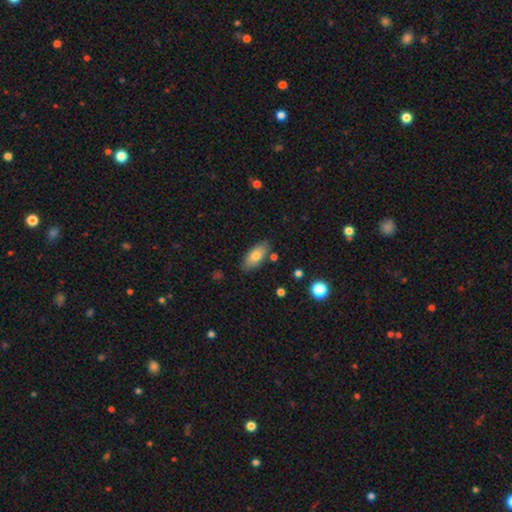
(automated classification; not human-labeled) Smooth or featured: smooth — 74% (featured or disk — 19%)
How rounded: in between — 84% (cigar-shaped — 12%)
Merging: none — 82% (minor disturbance — 12%)